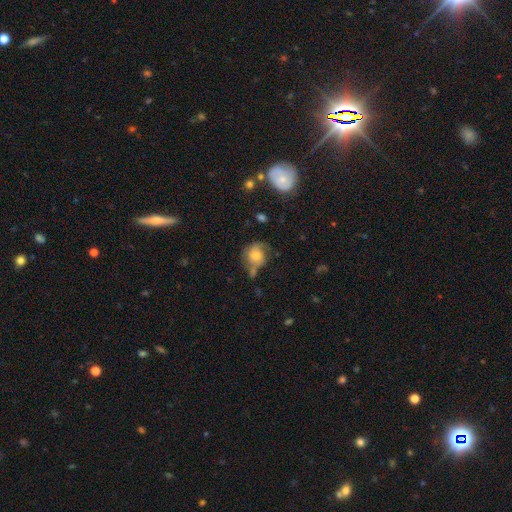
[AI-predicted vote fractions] A smooth galaxy with no disk features (54%) that is round (65%). Merging: none (42%).